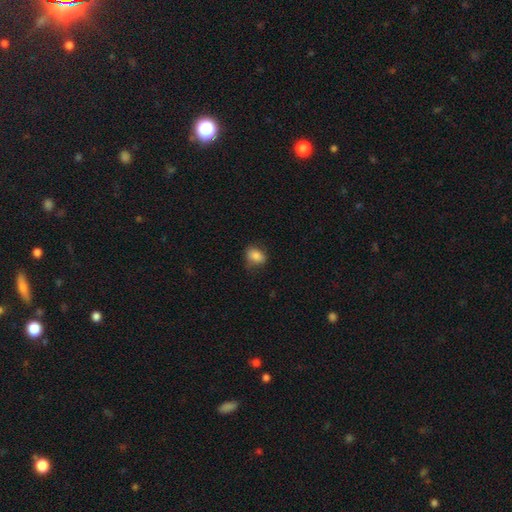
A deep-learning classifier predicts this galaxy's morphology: A smooth galaxy with no disk features (84%) that is in between round and cigar-shaped (69%). Merging: none (68%).